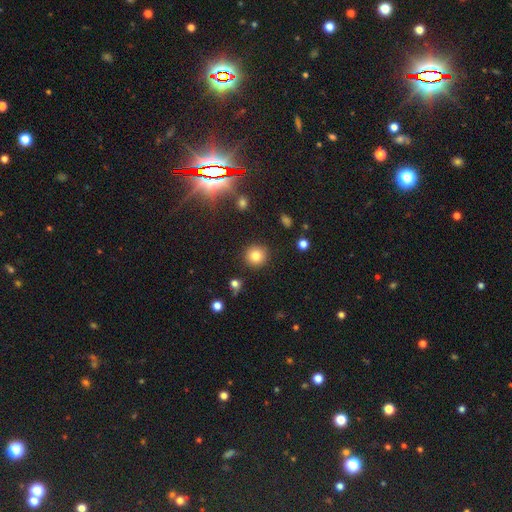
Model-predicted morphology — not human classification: Smooth or featured? smooth (81%)
How rounded? round (93%)
Merging? none (90%)